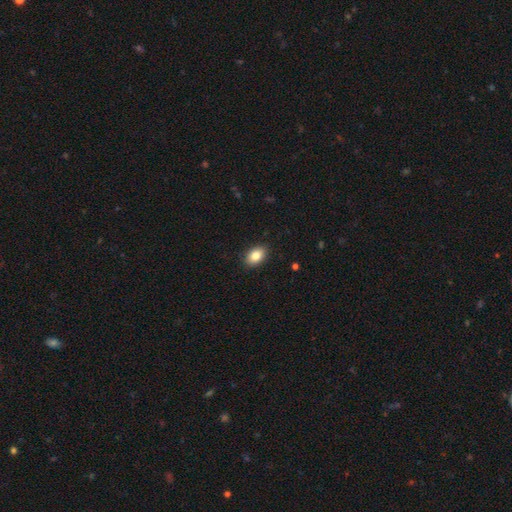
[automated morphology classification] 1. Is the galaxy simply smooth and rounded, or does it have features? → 84% smooth, 8% star or artifact, 8% featured or disk.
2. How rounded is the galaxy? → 86% in between, 13% round, 1% cigar-shaped.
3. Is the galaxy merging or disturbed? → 89% none, 8% minor disturbance, 2% major disturbance, 1% merger.